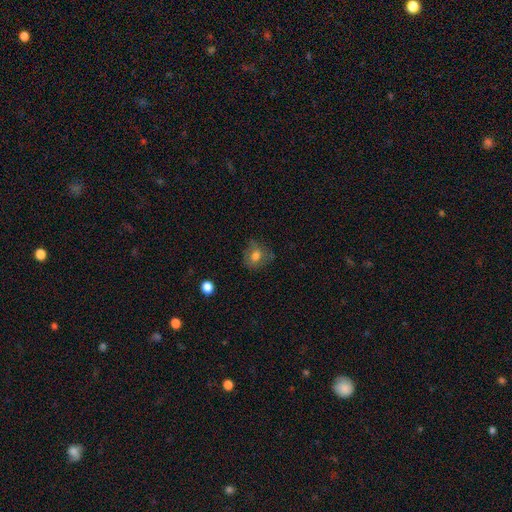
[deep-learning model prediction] This appears to be a smooth galaxy with no disk features (68%) that is round (63%). Merging: none (62%).